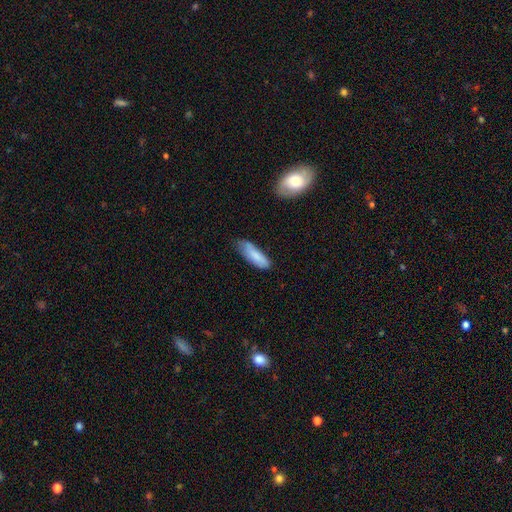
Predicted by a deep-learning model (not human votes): Q: Smooth or featured?
A: smooth (81%); runner-up: featured or disk (12%)
Q: How rounded?
A: in between (51%); runner-up: cigar-shaped (48%)
Q: Merging?
A: none (55%); runner-up: minor disturbance (34%)